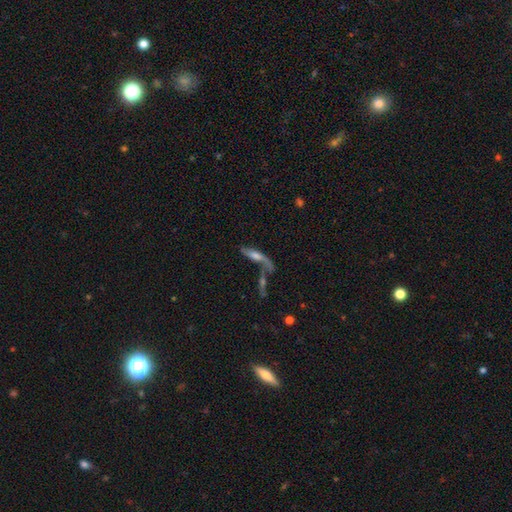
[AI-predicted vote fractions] featured or disk 52%, smooth 38%, star or artifact 11%. Down the decision tree: edge-on disk — yes (55%); merging — merger (51%).